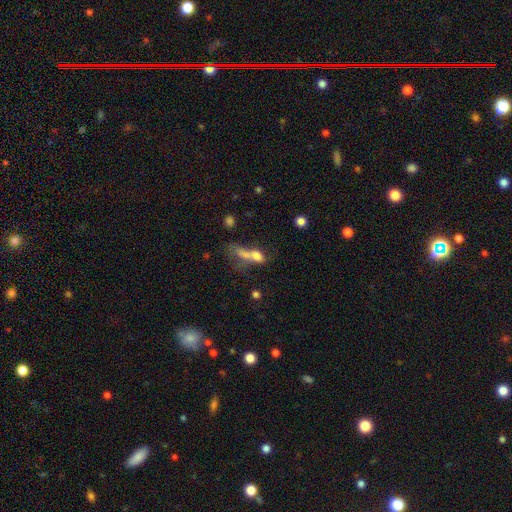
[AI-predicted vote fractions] This appears to be a smooth galaxy with no disk features (58%) that is in between round and cigar-shaped (47%). Merging: merger (42%).